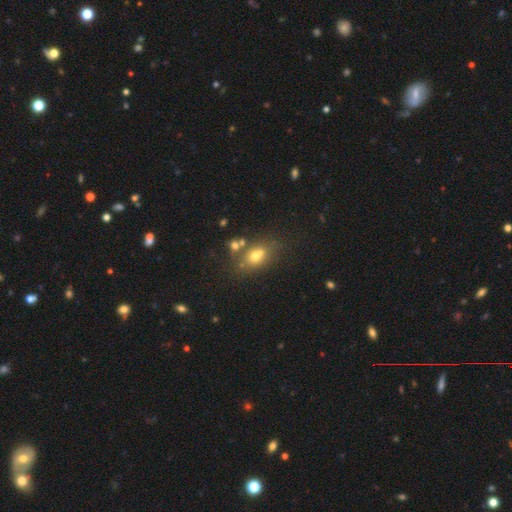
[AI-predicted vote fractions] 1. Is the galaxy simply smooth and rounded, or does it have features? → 61% smooth, 22% featured or disk, 17% star or artifact.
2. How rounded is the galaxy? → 56% in between, 41% round, 2% cigar-shaped.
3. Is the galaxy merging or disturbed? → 47% none, 34% merger, 13% minor disturbance, 6% major disturbance.